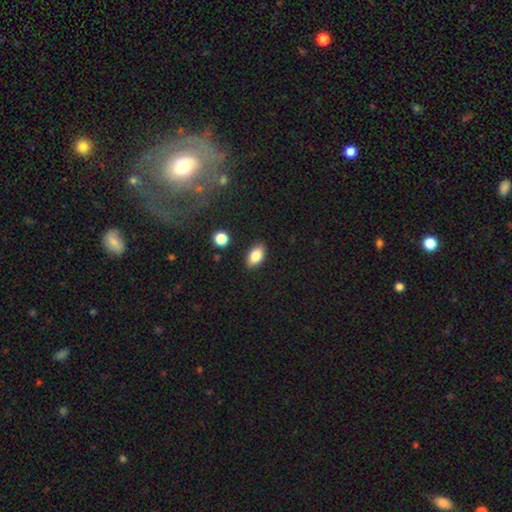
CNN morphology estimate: A smooth galaxy with no disk features (83%) that is in between round and cigar-shaped (90%).

Vote fractions:
- Smooth or featured? smooth: 83% / featured or disk: 8% / star or artifact: 8%
- How rounded? in between: 90% / round: 7% / cigar-shaped: 3%
- Merging? none: 87% / minor disturbance: 9% / major disturbance: 2% / merger: 2%